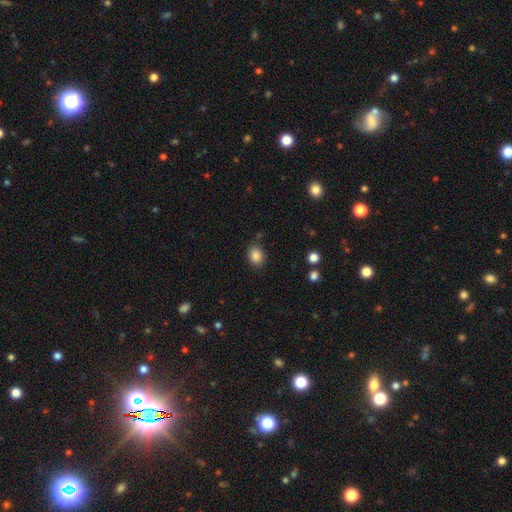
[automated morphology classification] Smooth or featured?
  - smooth: 85% *
  - star or artifact: 10%
  - featured or disk: 5%
How rounded?
  - round: 53% *
  - in between: 46%
  - cigar-shaped: 1%
Merging?
  - none: 82% *
  - minor disturbance: 12%
  - major disturbance: 3%
  - merger: 3%